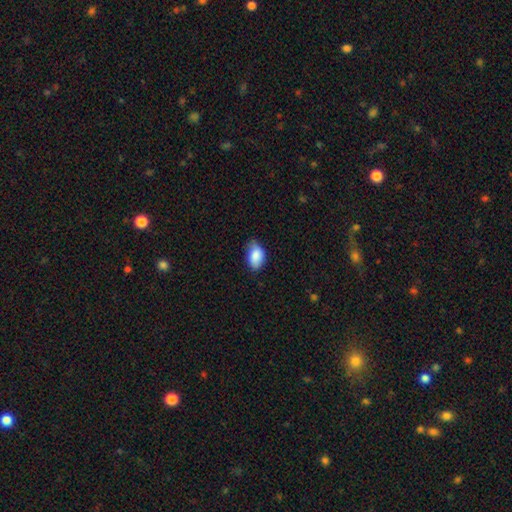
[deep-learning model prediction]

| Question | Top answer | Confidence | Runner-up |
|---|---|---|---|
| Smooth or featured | smooth | 85% | featured or disk (8%) |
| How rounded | in between | 90% | round (9%) |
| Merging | none | 59% | minor disturbance (34%) |